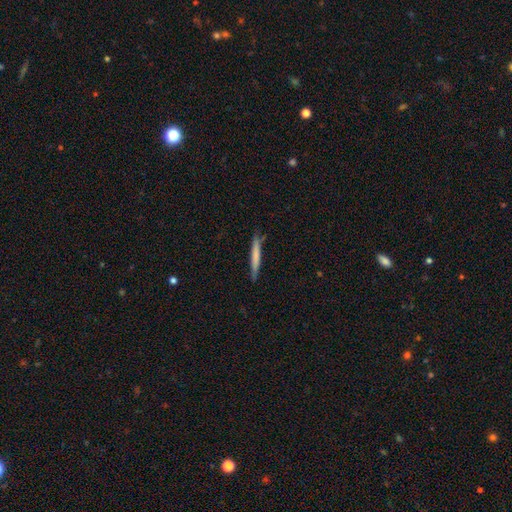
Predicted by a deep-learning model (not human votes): Morphology: type=smooth (67%); roundness=cigar-shaped (96%); merging=none (84%).